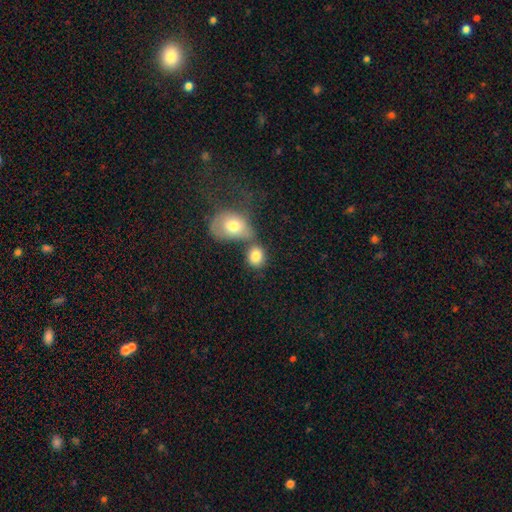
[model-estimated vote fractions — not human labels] This appears to be a smooth galaxy with no disk features (81%) that is round (54%). Merging: merger (45%).